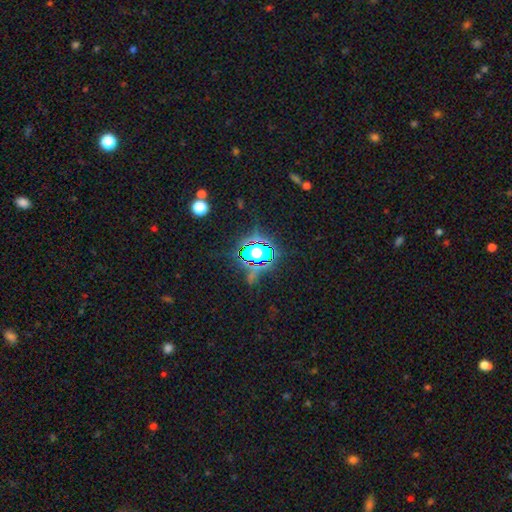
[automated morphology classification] type=star or artifact (74%).